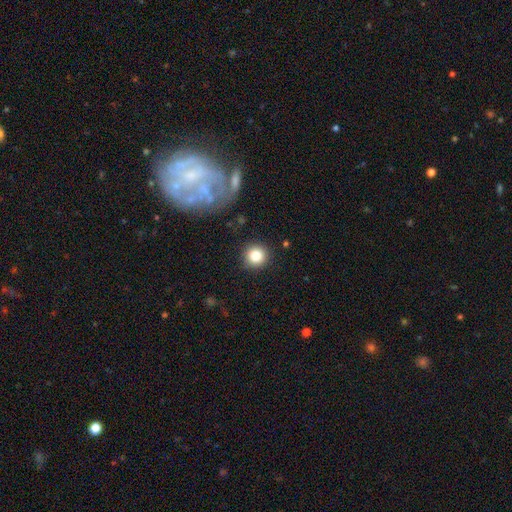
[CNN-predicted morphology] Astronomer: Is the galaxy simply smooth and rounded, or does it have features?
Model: smooth — 84%.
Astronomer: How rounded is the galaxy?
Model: round — 92%.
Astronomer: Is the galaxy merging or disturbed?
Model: none — 88%.